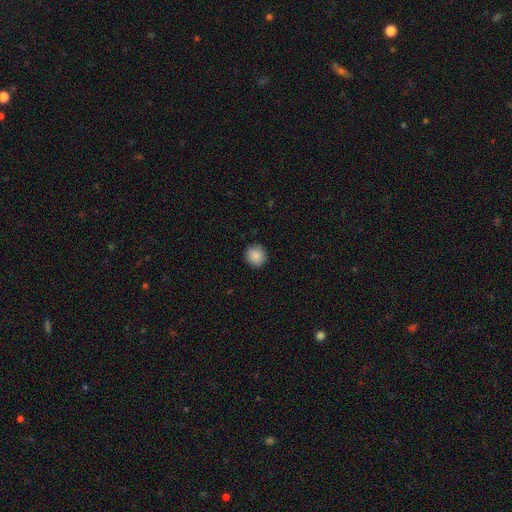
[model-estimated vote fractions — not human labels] The model was most divided on "smooth or featured": smooth: 89%, star or artifact: 8%, featured or disk: 3%. More confident: how rounded — round (93%); merging — none (92%).